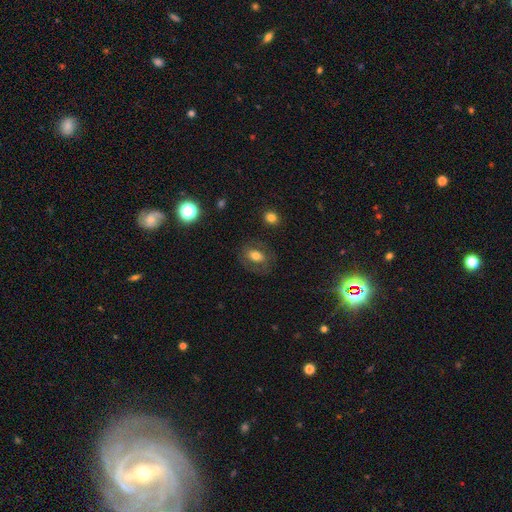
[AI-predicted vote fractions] Morphology: type=smooth (59%); roundness=in between (70%); merging=none (74%).